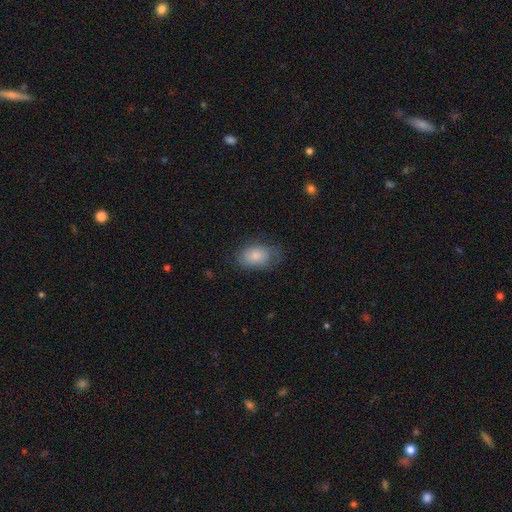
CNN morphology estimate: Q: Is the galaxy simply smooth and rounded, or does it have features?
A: smooth — 82%.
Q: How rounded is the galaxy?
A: in between — 86%.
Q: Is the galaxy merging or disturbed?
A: none — 63%.